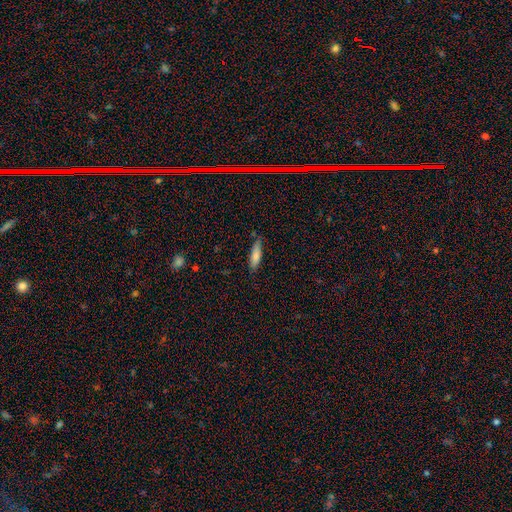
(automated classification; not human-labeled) Smooth or featured?
  - smooth: 81% *
  - featured or disk: 13%
  - star or artifact: 6%
How rounded?
  - cigar-shaped: 62% *
  - in between: 37%
  - round: 2%
Merging?
  - none: 78% *
  - minor disturbance: 17%
  - major disturbance: 3%
  - merger: 2%